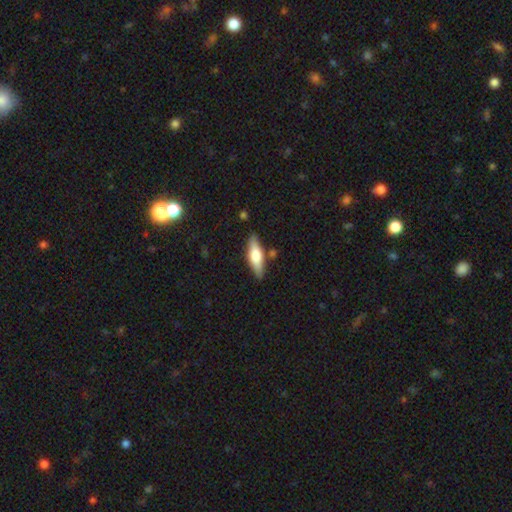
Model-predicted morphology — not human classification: The model was most divided on "how rounded": cigar-shaped: 52%, in between: 46%, round: 2%. More confident: merging — none (83%); smooth or featured — smooth (56%).